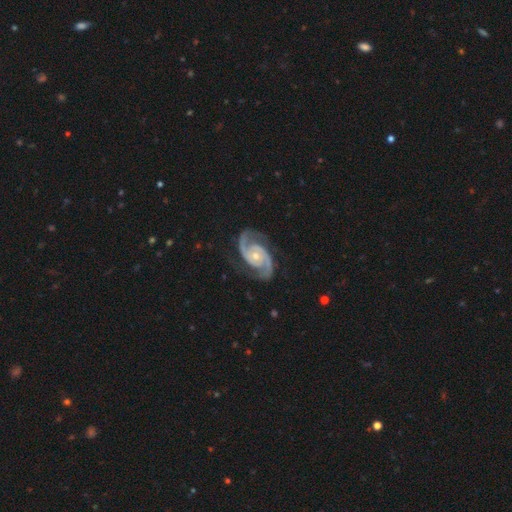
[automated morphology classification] type=featured or disk (93%); edge-on=no (98%); bar=no (68%); spiral arms=yes (99%); winding=medium (56%); arm count=2 (93%); bulge=small (49%); merging=none (79%).